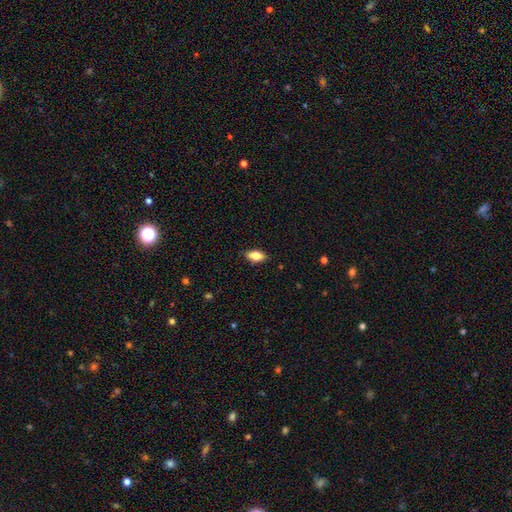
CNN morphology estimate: smooth_or_featured: smooth (p=0.76) [alt: featured or disk p=0.17]
how_rounded: in between (p=0.87) [alt: cigar-shaped p=0.09]
merging: none (p=0.86) [alt: minor disturbance p=0.11]